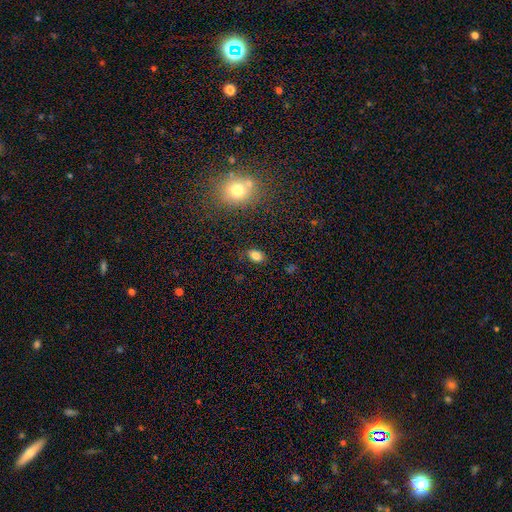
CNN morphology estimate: type=smooth (82%); roundness=in between (84%); merging=none (79%).